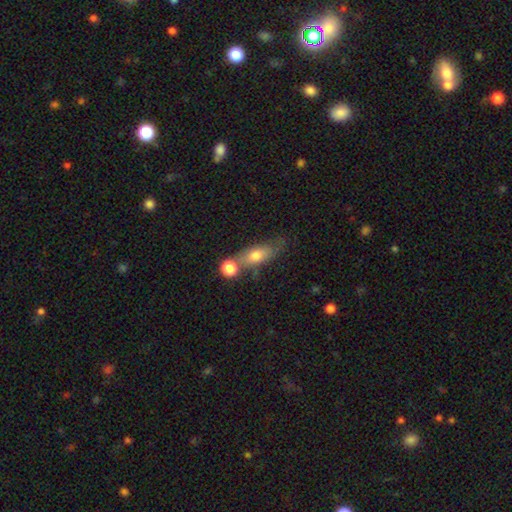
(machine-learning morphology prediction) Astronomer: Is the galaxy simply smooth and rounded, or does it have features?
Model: smooth — 68%.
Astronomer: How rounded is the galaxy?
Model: in between — 67%.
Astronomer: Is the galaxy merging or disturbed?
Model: none — 44% (runner-up: merger, 31%).